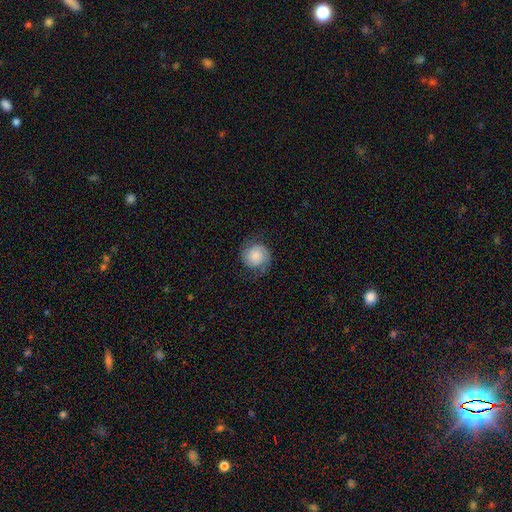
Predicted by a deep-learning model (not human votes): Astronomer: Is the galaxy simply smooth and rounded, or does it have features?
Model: smooth — 45%, tied with featured or disk at 45%.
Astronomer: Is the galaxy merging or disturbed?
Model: none — 75%.